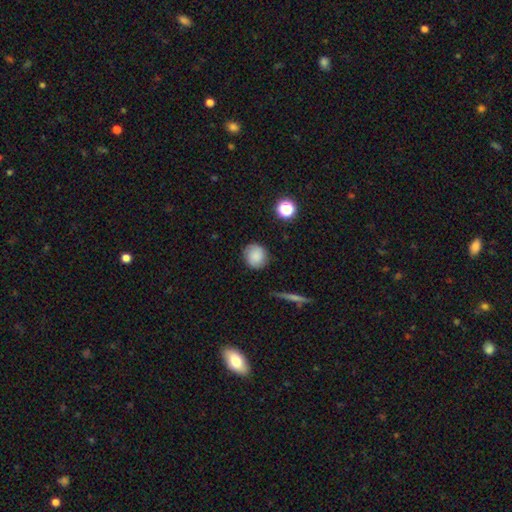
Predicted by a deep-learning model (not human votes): Smooth or featured: smooth — 83% (star or artifact — 9%)
How rounded: round — 87% (in between — 12%)
Merging: none — 84% (minor disturbance — 12%)